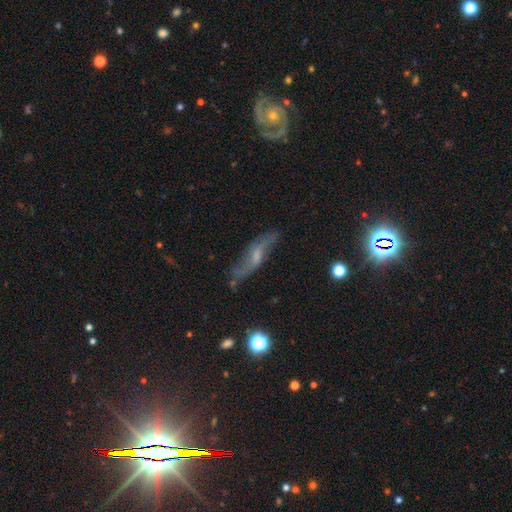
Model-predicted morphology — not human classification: Smooth or featured? Predicted: featured or disk (p=0.62). Edge-on disk? Predicted: no (p=0.69). Merging? Predicted: none (p=0.69).